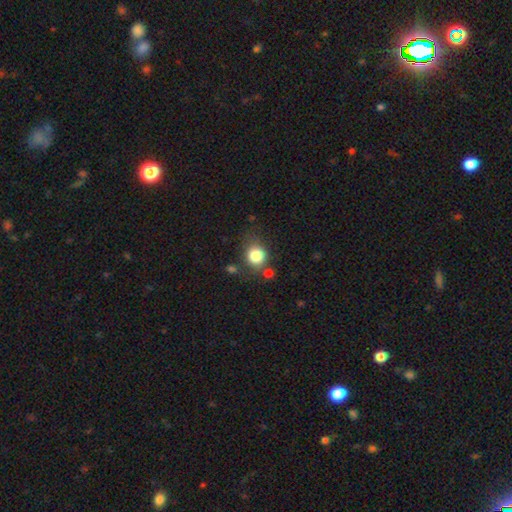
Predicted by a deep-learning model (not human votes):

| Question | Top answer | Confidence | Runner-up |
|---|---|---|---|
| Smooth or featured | smooth | 82% | star or artifact (11%) |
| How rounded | round | 76% | in between (23%) |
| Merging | none | 66% | minor disturbance (18%) |